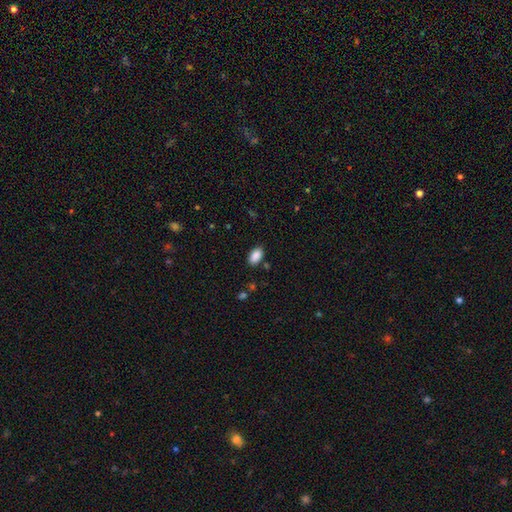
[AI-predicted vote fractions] Smooth or featured?
  - smooth: 89% *
  - star or artifact: 8%
  - featured or disk: 4%
How rounded?
  - in between: 93% *
  - round: 4%
  - cigar-shaped: 3%
Merging?
  - none: 84% *
  - minor disturbance: 11%
  - major disturbance: 3%
  - merger: 2%